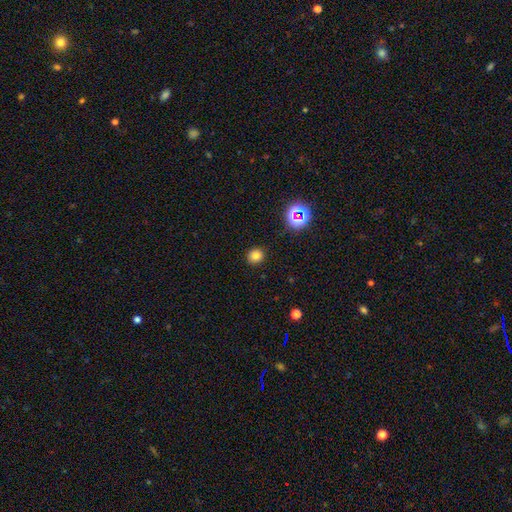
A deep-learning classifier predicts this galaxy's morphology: type=smooth (78%); roundness=round (84%); merging=none (90%).